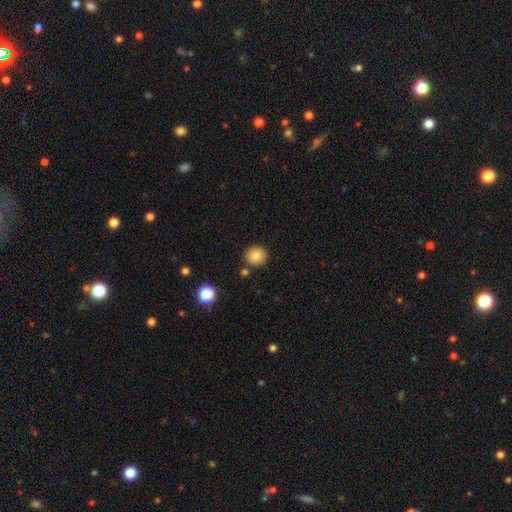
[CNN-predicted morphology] This appears to be a smooth galaxy with no disk features (81%) that is round (93%). Merging: none (85%).